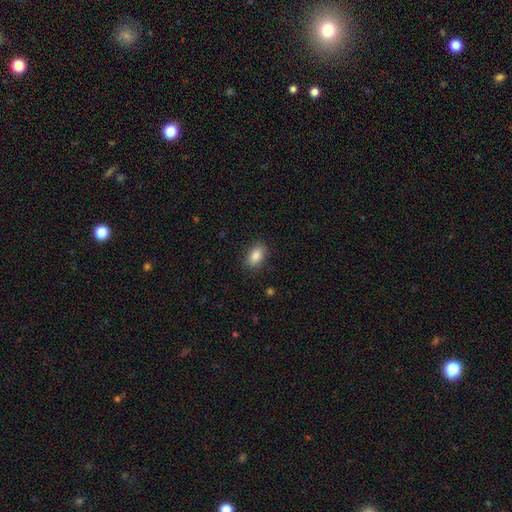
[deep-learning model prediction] Smooth or featured? Predicted: smooth (p=0.87). How rounded? Predicted: in between (p=0.90). Merging? Predicted: none (p=0.86).